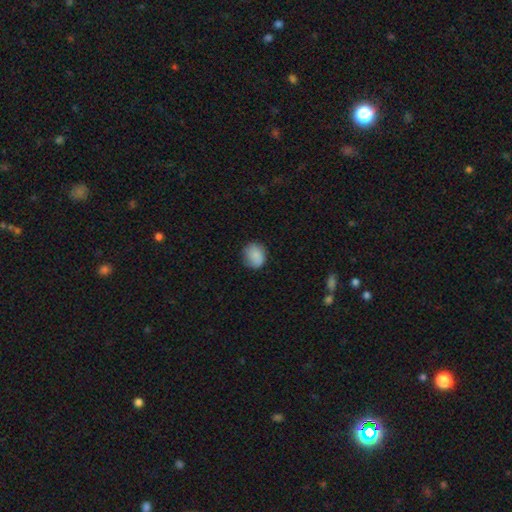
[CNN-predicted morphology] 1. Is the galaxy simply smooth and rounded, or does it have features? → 85% smooth, 8% star or artifact, 7% featured or disk.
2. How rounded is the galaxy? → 66% round, 33% in between, 1% cigar-shaped.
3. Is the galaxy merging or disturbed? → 75% none, 20% minor disturbance, 4% major disturbance, 1% merger.